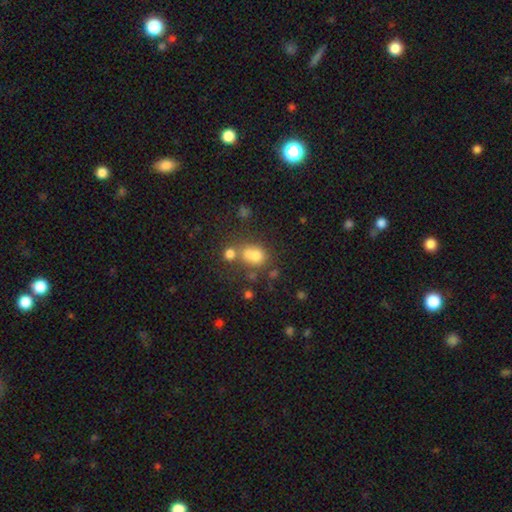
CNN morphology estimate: Smooth or featured?
  - smooth: 68% *
  - star or artifact: 17%
  - featured or disk: 15%
How rounded?
  - round: 59% *
  - in between: 40%
  - cigar-shaped: 1%
Merging?
  - merger: 42% *
  - none: 39%
  - minor disturbance: 12%
  - major disturbance: 7%